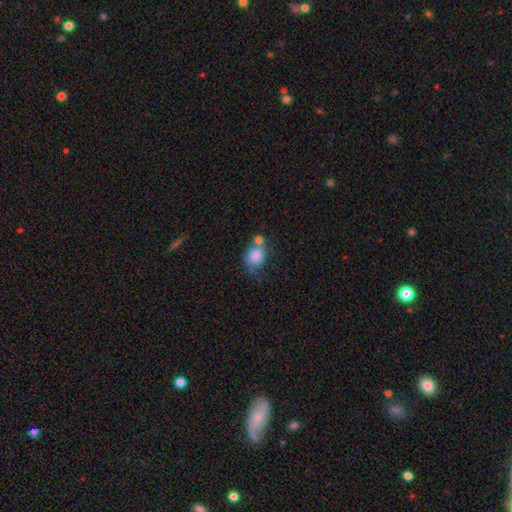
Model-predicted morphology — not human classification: This appears to be a smooth galaxy with no disk features (82%) that is round (53%). Merging: none (36%, tied with merger).